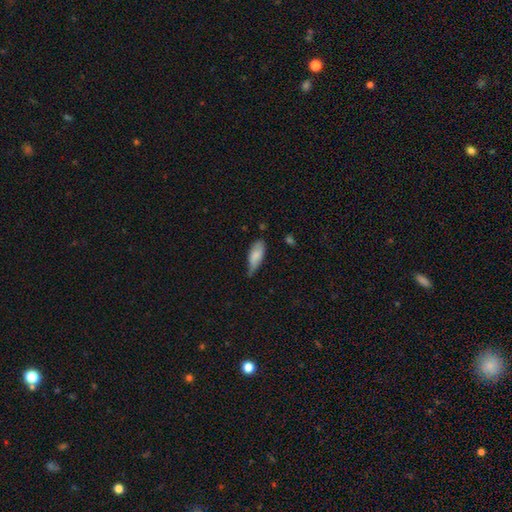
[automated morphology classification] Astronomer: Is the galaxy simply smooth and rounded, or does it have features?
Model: smooth — 81%.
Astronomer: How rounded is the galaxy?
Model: in between — 79%.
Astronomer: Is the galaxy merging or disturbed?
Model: minor disturbance — 47% (runner-up: none, 42%).